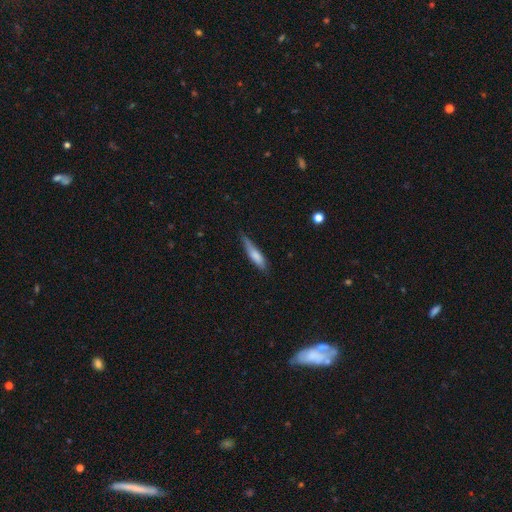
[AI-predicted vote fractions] This appears to be a smooth galaxy with no disk features (73%) that is cigar-shaped (77%). Merging: none (63%).